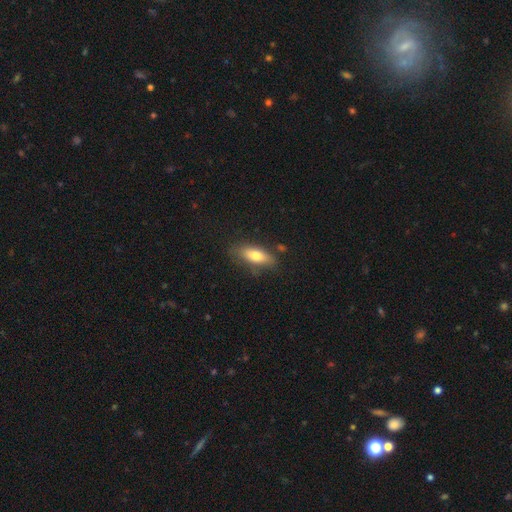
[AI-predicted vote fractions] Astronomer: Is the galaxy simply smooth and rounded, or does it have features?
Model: smooth — 72%.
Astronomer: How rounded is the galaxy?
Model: in between — 71%.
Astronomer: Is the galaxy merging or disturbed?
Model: none — 74%.